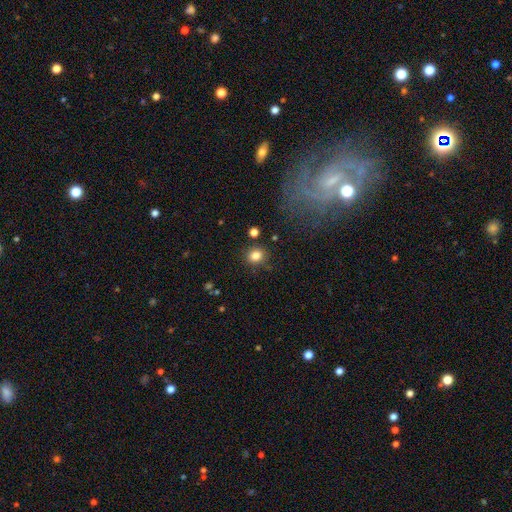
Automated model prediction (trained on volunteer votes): smooth 82%, star or artifact 12%, featured or disk 6%. Down the decision tree: how rounded — round (80%); merging — none (81%).